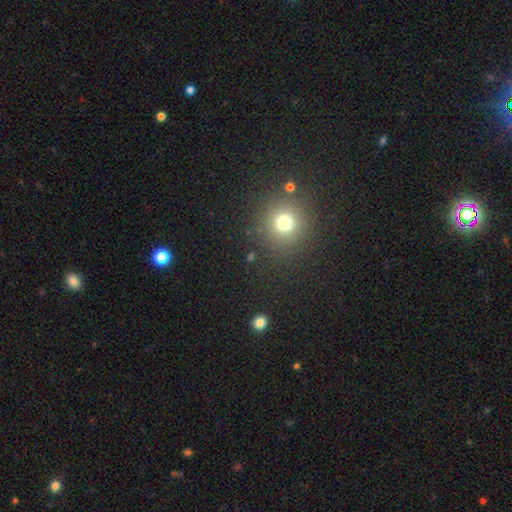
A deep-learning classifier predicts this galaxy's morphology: Smooth or featured? smooth (65%)
How rounded? round (93%)
Merging? none (89%)